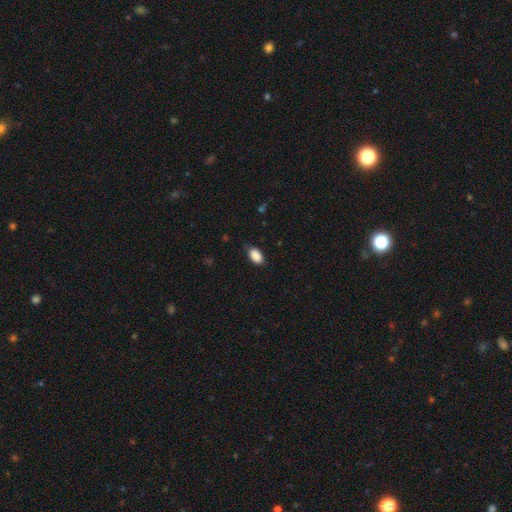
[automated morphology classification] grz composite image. It shows a smooth galaxy with no disk features (89%) that is in between round and cigar-shaped (92%). Merging: none (78%).